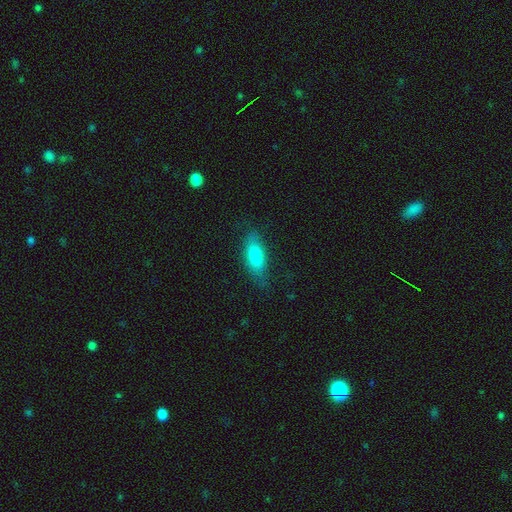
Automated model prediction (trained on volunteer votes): Smooth or featured?
  - smooth: 77% *
  - featured or disk: 16%
  - star or artifact: 7%
How rounded?
  - in between: 74% *
  - cigar-shaped: 24%
  - round: 3%
Merging?
  - none: 74% *
  - minor disturbance: 19%
  - major disturbance: 5%
  - merger: 1%